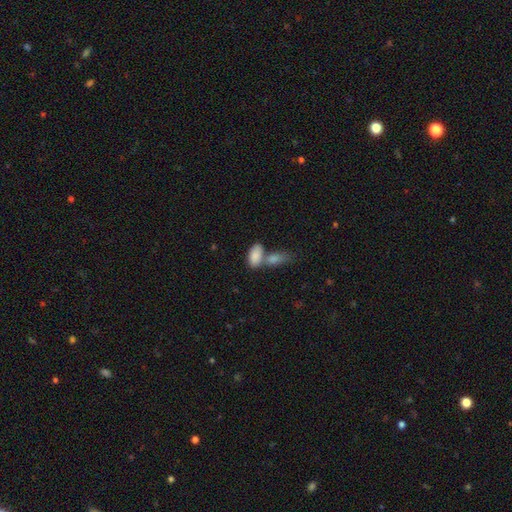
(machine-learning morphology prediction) Smooth or featured: smooth — 86% (featured or disk — 8%)
How rounded: in between — 93% (cigar-shaped — 4%)
Merging: merger — 53% (none — 33%)